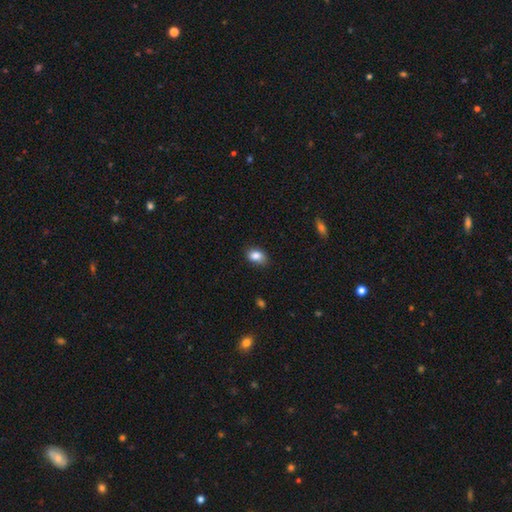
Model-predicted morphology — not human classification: type=smooth (85%); roundness=in between (80%); merging=none (72%).